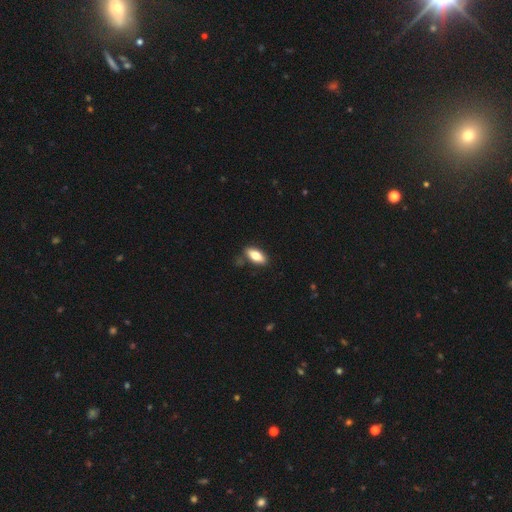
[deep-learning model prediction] This is likely a smooth galaxy (76%). How rounded: clearly in between (83%). Merging: likely none (80%).